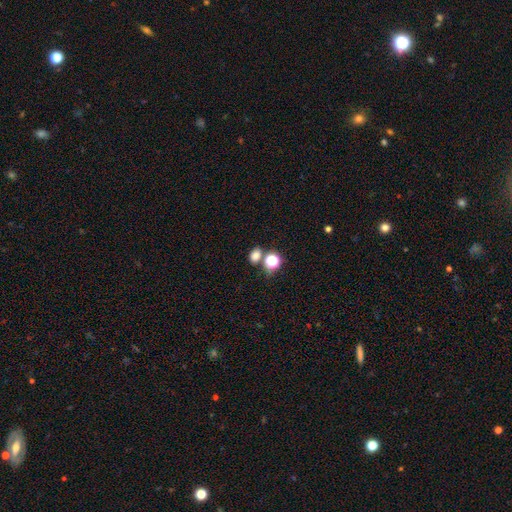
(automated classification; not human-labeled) A smooth galaxy with no disk features (75%) that is in between round and cigar-shaped (56%).

Vote fractions:
- Smooth or featured? smooth: 75% / star or artifact: 19% / featured or disk: 6%
- How rounded? in between: 56% / round: 43% / cigar-shaped: 1%
- Merging? none: 65% / merger: 21% / minor disturbance: 10% / major disturbance: 4%